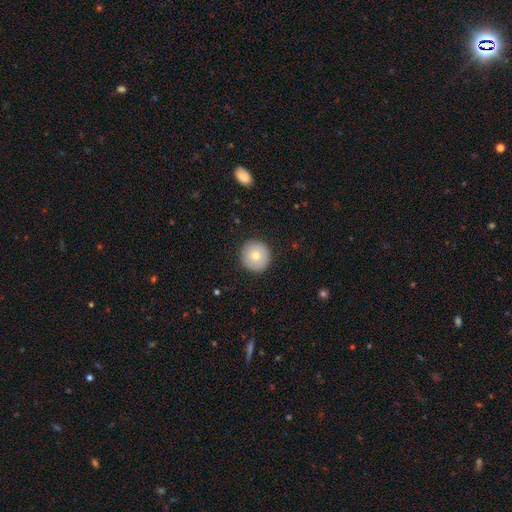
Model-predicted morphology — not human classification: smooth-or-featured: smooth: 73% | featured or disk: 19% | star or artifact: 8%
  how-rounded: round: 95% | in between: 4% | cigar-shaped: 1%
  merging: none: 92% | minor disturbance: 6% | major disturbance: 2% | merger: 1%